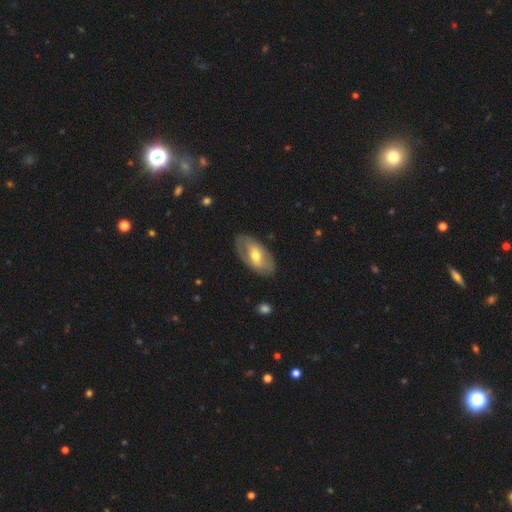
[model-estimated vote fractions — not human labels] This appears to be a featured or disk galaxy (53%). Merging: none (79%).